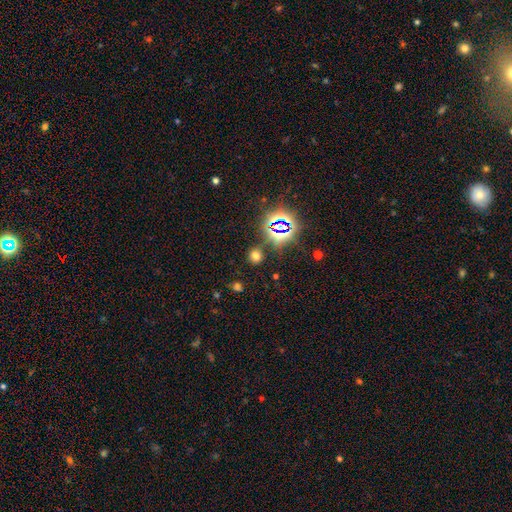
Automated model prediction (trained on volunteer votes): A smooth galaxy with no disk features (61%) that is round (84%). Merging: none (85%).